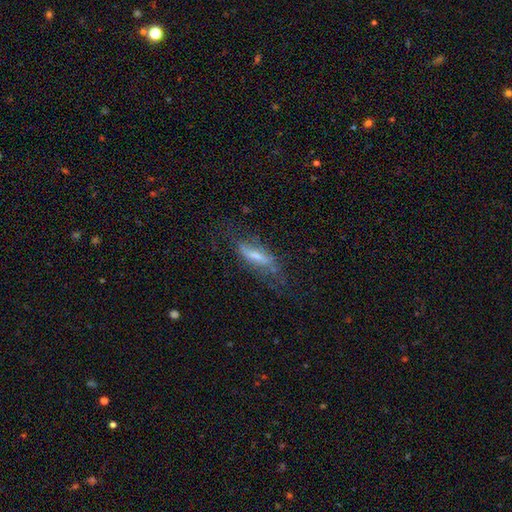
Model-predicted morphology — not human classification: Smooth or featured?
  - featured or disk: 54% *
  - smooth: 36%
  - star or artifact: 10%
Edge-on disk?
  - no: 58% *
  - yes: 42%
Merging?
  - none: 54% *
  - minor disturbance: 24%
  - major disturbance: 20%
  - merger: 2%